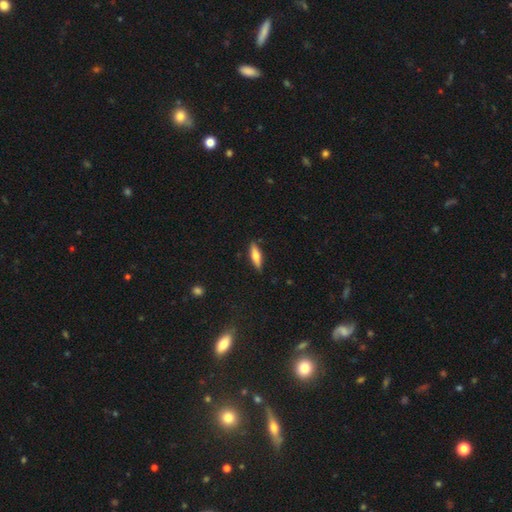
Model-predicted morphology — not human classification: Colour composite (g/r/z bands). It shows a smooth galaxy with no disk features (59%) that is cigar-shaped (61%). Merging: none (87%).